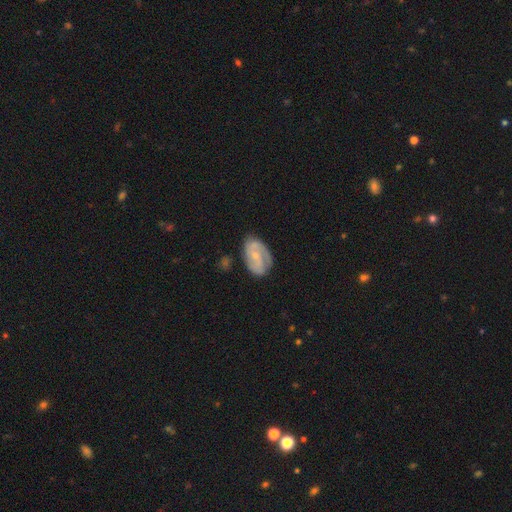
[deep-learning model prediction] Smooth or featured: featured or disk — 69% (smooth — 25%)
Edge-on disk: no — 96% (yes — 4%)
Bar: no — 50% (weak — 40%)
Spiral arms: yes — 88% (no — 12%)
Spiral winding: medium — 43% (tight — 38%)
Spiral arm count: 2 — 64% (can't tell — 18%)
Bulge size: small — 62% (moderate — 29%)
Merging: none — 66% (minor disturbance — 24%)